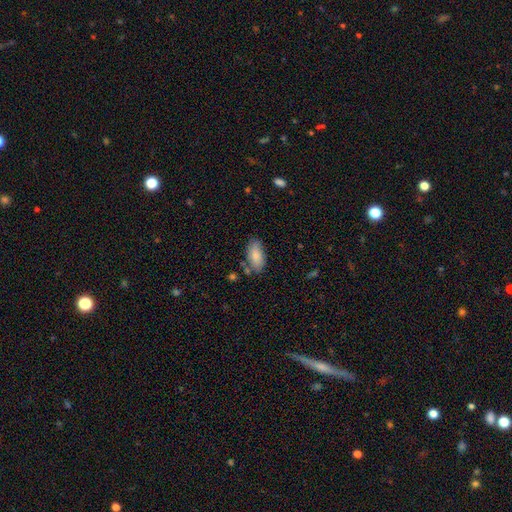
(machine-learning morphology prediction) type=smooth (84%); roundness=in between (92%); merging=none (75%).